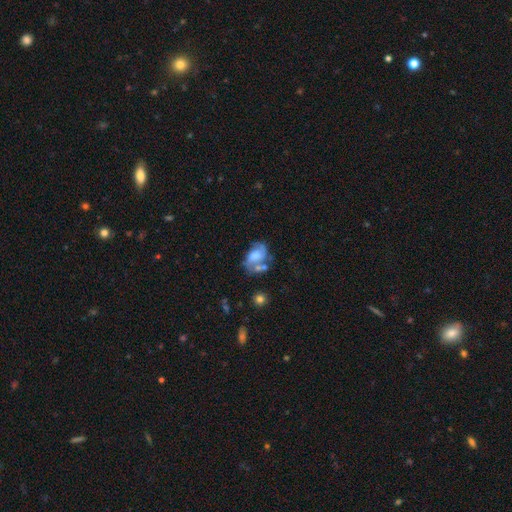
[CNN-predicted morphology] This appears to be a featured or disk galaxy (61%) with no bar (59%), spiral arms (77%) and a moderate central bulge (31%). Merging: none (37%).